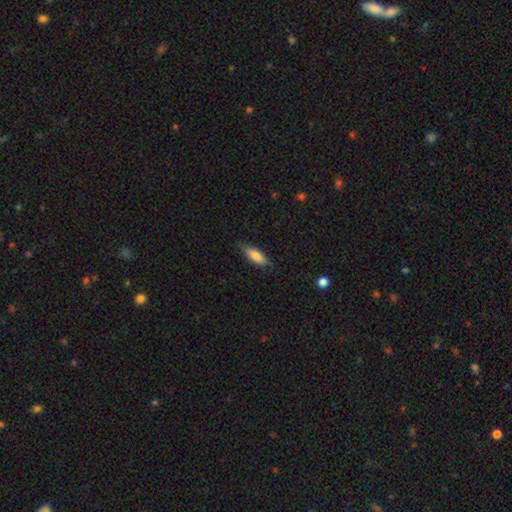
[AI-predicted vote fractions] Smooth or featured? Predicted: smooth (p=0.81). How rounded? Predicted: in between (p=0.65). Merging? Predicted: none (p=0.78).